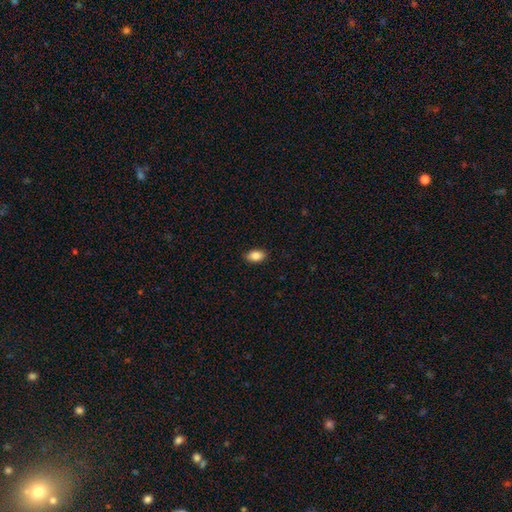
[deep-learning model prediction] A smooth galaxy with no disk features (87%) that is in between round and cigar-shaped (91%). Merging: none (88%).